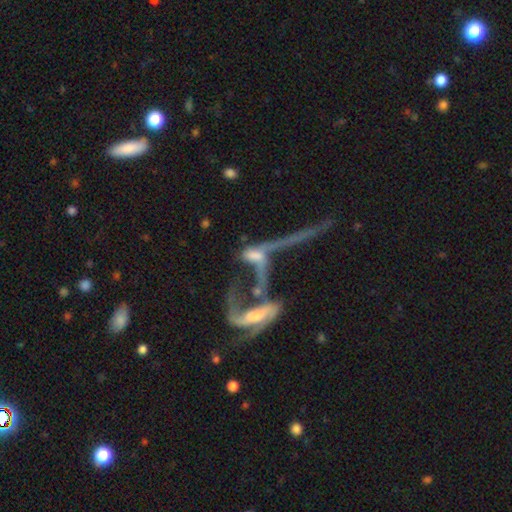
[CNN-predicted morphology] Smooth or featured? featured or disk (60%)
Edge-on disk? no (78%)
Merging? merger (63%)